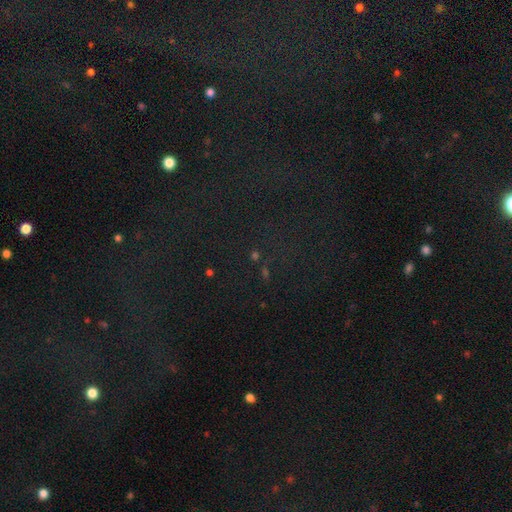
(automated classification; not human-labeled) Smooth or featured? Predicted: star or artifact (p=0.70).